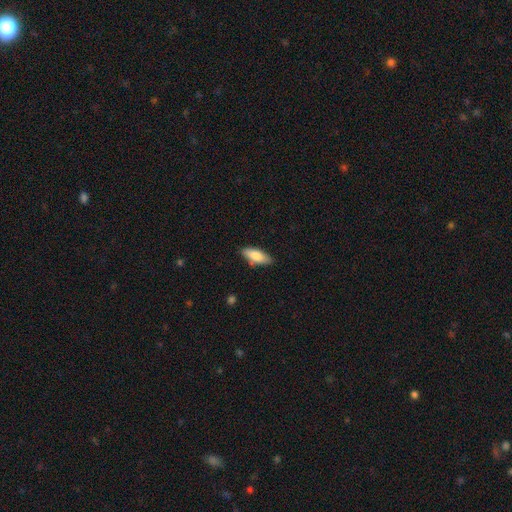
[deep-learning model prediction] smooth 79%, featured or disk 15%, star or artifact 6%. Down the decision tree: how rounded — in between (74%); merging — none (81%).